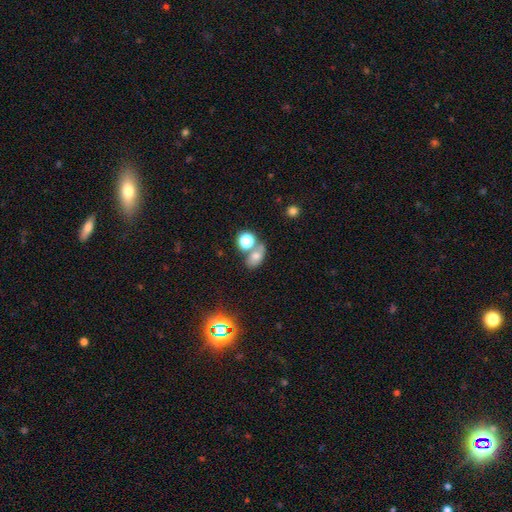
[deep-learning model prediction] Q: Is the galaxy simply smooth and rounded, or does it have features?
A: smooth — 63%.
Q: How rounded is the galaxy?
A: in between — 73%.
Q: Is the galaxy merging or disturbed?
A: none — 46%.